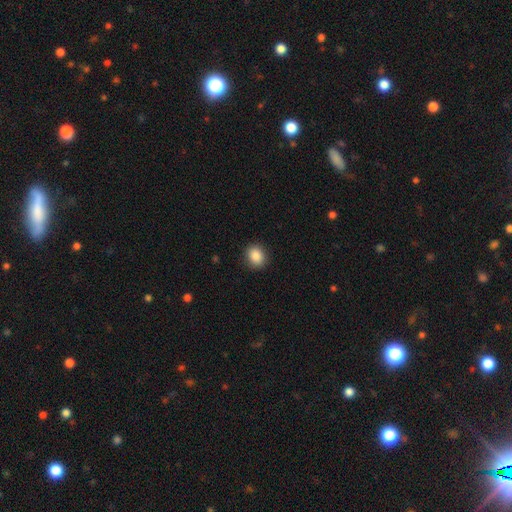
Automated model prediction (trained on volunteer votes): smooth-or-featured: smooth: 88% | star or artifact: 9% | featured or disk: 4%
  how-rounded: round: 64% | in between: 35% | cigar-shaped: 1%
  merging: none: 90% | minor disturbance: 7% | major disturbance: 2% | merger: 1%